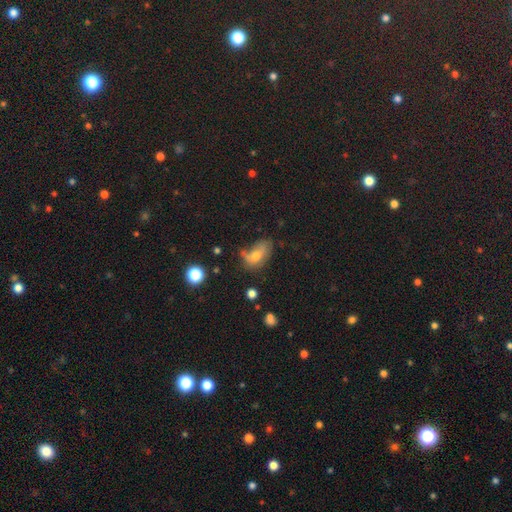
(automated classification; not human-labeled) Smooth or featured? smooth (63%)
How rounded? in between (83%)
Merging? none (39%)